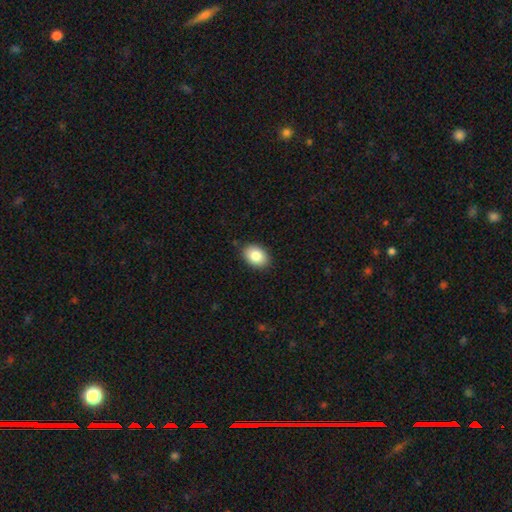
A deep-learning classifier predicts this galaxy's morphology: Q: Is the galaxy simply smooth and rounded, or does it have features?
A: smooth — 84%.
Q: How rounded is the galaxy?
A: in between — 78%.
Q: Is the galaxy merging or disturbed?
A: none — 88%.